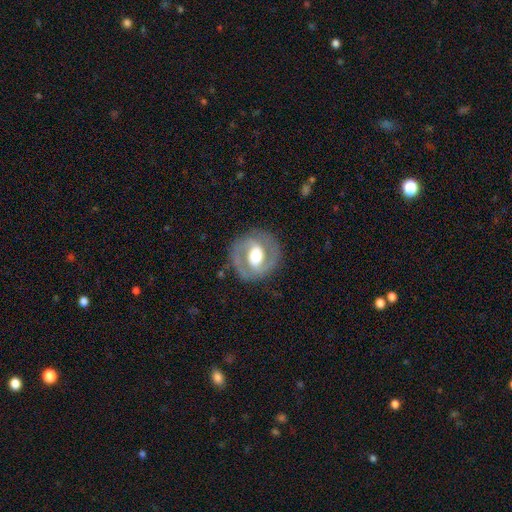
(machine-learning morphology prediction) A featured or disk galaxy (79%) with a weak bar (41%), 2 (89%) medium (49%) spiral arms (82%) and a moderate central bulge (60%).

Vote fractions:
- Smooth or featured? featured or disk: 79% / smooth: 16% / star or artifact: 5%
- Edge-on disk? no: 97% / yes: 3%
- Bar? weak: 41% / strong: 34% / no: 25%
- Spiral arms? yes: 82% / no: 18%
- Spiral winding? medium: 49% / tight: 37% / loose: 14%
- Spiral arm count? 2: 89% / can't tell: 5% / 1: 3% / 3: 1% / 4: 1% / more than 4: 1%
- Bulge size? moderate: 60% / large: 30% / small: 7% / dominant: 3% / none: 1%
- Merging? none: 83% / minor disturbance: 11% / major disturbance: 5% / merger: 1%